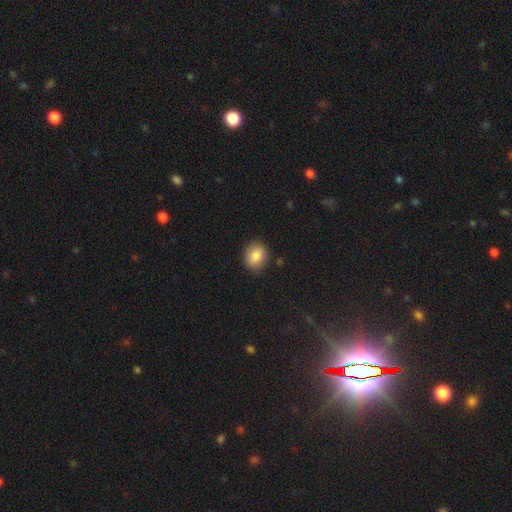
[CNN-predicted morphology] This is clearly a smooth galaxy (85%). How rounded: likely round (62%). Merging: clearly none (84%).